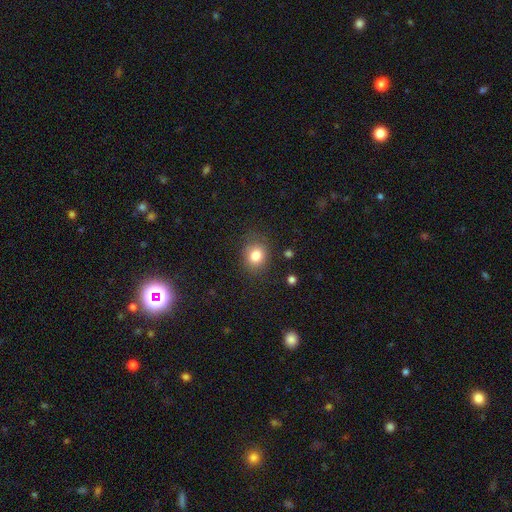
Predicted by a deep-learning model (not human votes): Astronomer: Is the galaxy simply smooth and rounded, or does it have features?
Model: smooth — 82%.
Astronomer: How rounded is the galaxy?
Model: round — 66%.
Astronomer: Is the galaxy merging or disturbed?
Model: none — 81%.